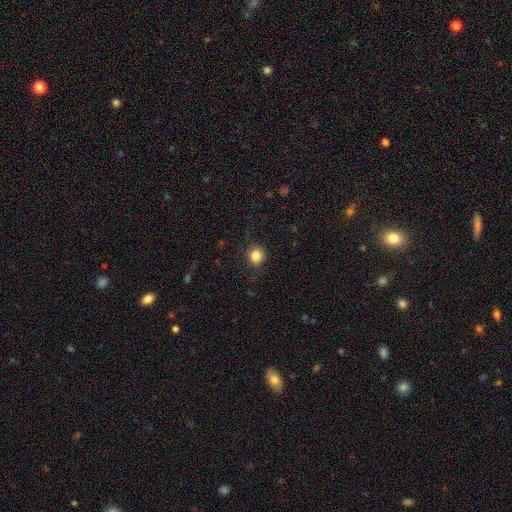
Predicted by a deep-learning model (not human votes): smooth-or-featured: smooth: 84% | star or artifact: 11% | featured or disk: 5%
  how-rounded: round: 86% | in between: 13% | cigar-shaped: 1%
  merging: none: 87% | minor disturbance: 9% | major disturbance: 3% | merger: 1%